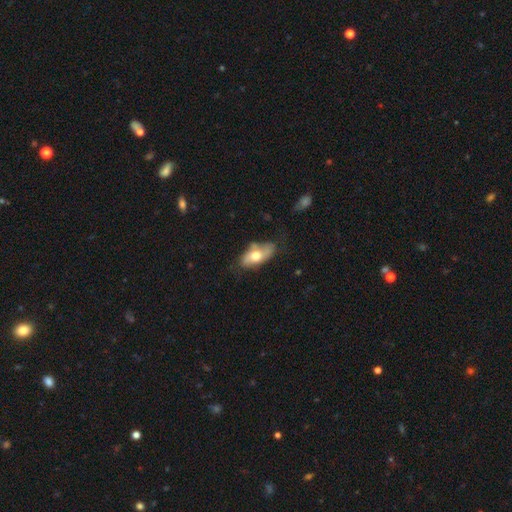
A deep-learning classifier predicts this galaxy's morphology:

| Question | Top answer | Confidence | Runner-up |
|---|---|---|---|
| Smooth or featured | smooth | 59% | featured or disk (34%) |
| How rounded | in between | 88% | cigar-shaped (8%) |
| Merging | none | 58% | minor disturbance (29%) |